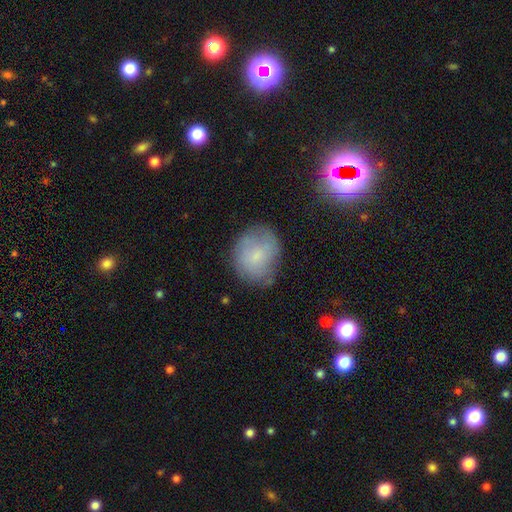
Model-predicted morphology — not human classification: Smooth or featured: smooth — 61% (featured or disk — 28%)
How rounded: round — 54% (in between — 45%)
Merging: none — 65% (minor disturbance — 24%)